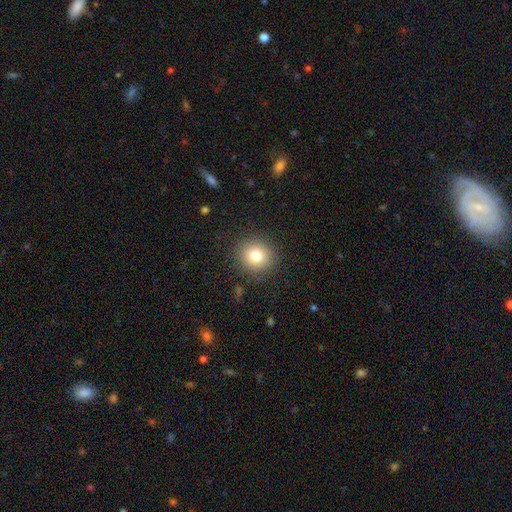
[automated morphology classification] type=smooth (80%); roundness=round (88%); merging=none (88%).